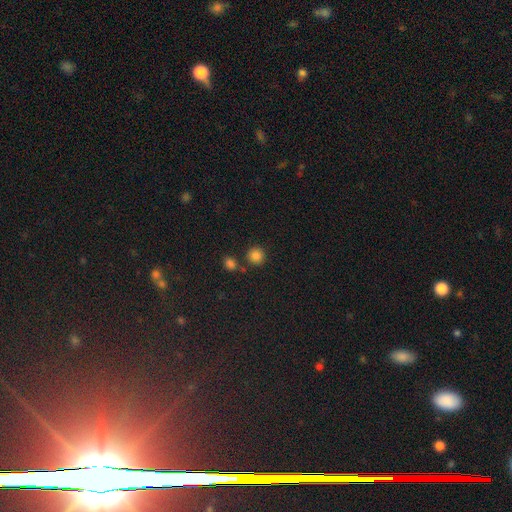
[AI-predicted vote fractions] Morphology: type=smooth (84%); roundness=round (93%); merging=none (79%).